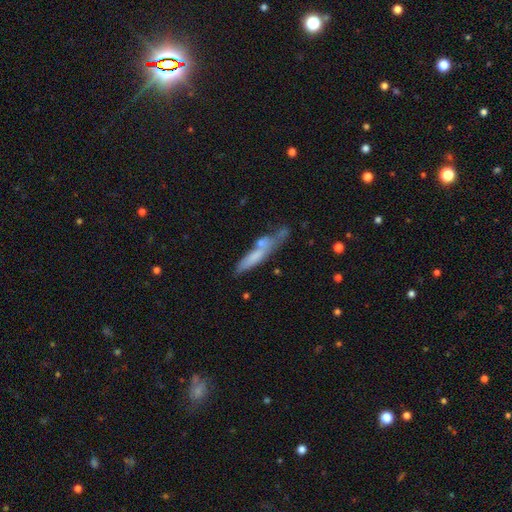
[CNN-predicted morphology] A smooth galaxy with no disk features (58%) that is cigar-shaped (87%).

Vote fractions:
- Smooth or featured? smooth: 58% / featured or disk: 34% / star or artifact: 8%
- How rounded? cigar-shaped: 87% / in between: 11% / round: 2%
- Merging? none: 49% / minor disturbance: 23% / merger: 17% / major disturbance: 10%